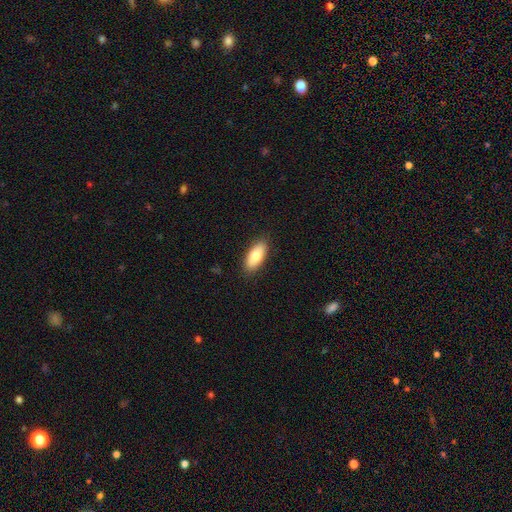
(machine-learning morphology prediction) Smooth or featured? smooth (81%)
How rounded? in between (85%)
Merging? none (88%)